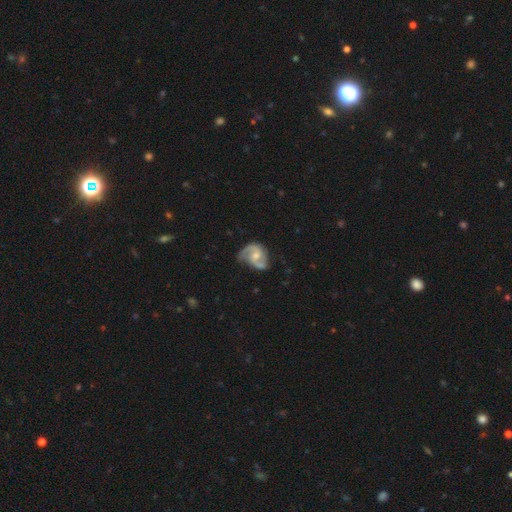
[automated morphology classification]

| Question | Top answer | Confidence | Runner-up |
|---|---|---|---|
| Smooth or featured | featured or disk | 86% | smooth (9%) |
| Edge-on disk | no | 98% | yes (2%) |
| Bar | no | 47% | weak (43%) |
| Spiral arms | yes | 96% | no (4%) |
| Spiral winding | medium | 53% | loose (28%) |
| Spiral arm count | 2 | 87% | 1 (5%) |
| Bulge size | moderate | 52% | small (38%) |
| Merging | none | 58% | minor disturbance (26%) |